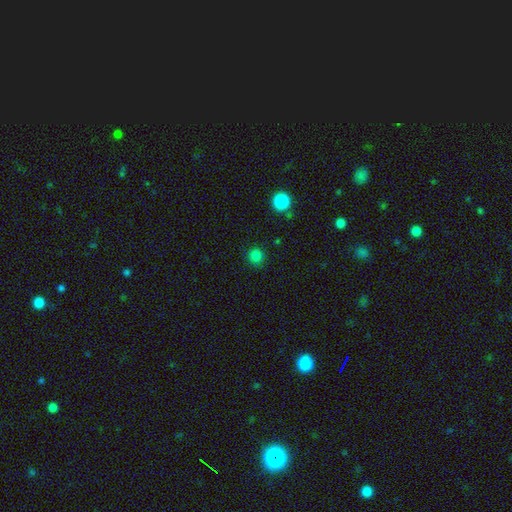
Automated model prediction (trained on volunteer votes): smooth_or_featured: smooth (p=0.82) [alt: star or artifact p=0.15]
how_rounded: round (p=0.91) [alt: in between p=0.08]
merging: none (p=0.88) [alt: minor disturbance p=0.08]